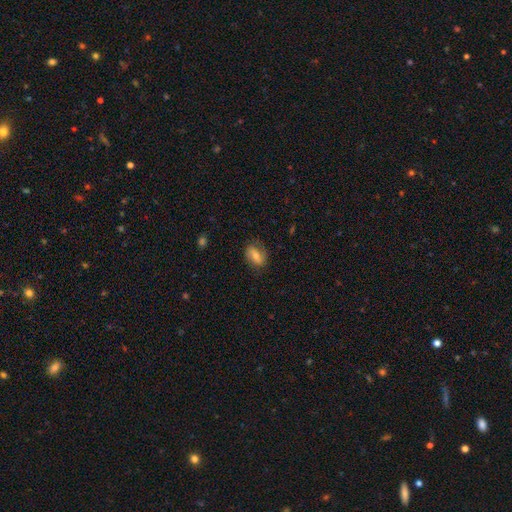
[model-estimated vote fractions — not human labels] Smooth or featured: smooth — 55% (featured or disk — 36%)
How rounded: in between — 80% (round — 17%)
Merging: none — 71% (minor disturbance — 20%)